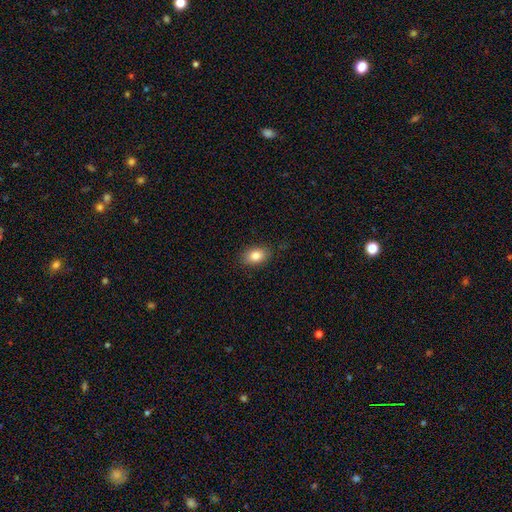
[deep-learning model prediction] This appears to be a smooth galaxy with no disk features (84%) that is in between round and cigar-shaped (84%). Merging: none (85%).